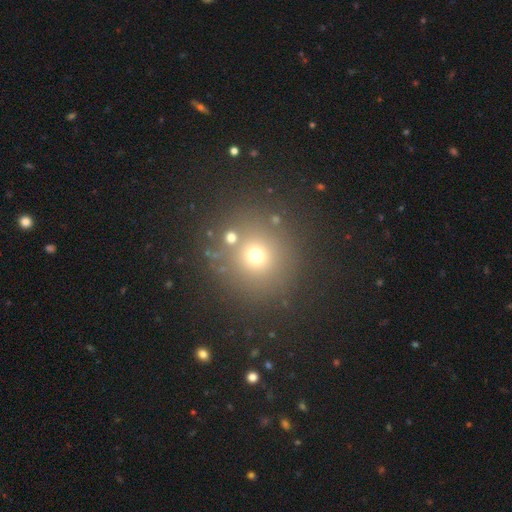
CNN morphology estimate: smooth_or_featured: smooth (p=0.64) [alt: star or artifact p=0.25]
how_rounded: round (p=0.92) [alt: in between p=0.07]
merging: none (p=0.81) [alt: minor disturbance p=0.08]